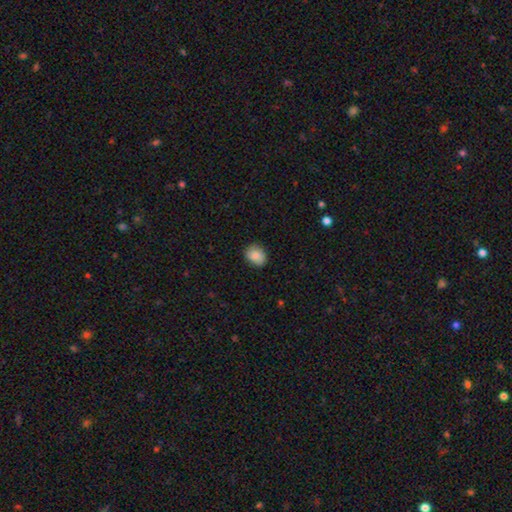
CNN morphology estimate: This is clearly a smooth galaxy (85%). How rounded: possibly round (58%). Merging: likely none (79%).